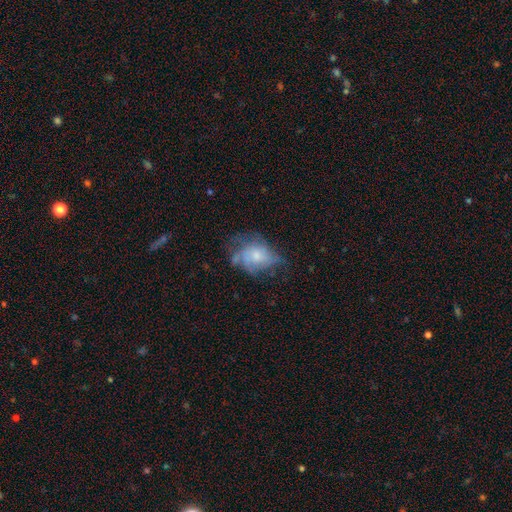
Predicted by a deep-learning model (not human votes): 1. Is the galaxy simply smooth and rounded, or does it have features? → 52% featured or disk, 39% smooth, 9% star or artifact.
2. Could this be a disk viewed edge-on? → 96% no, 4% yes.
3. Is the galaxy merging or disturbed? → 40% none, 30% minor disturbance, 26% major disturbance, 3% merger.